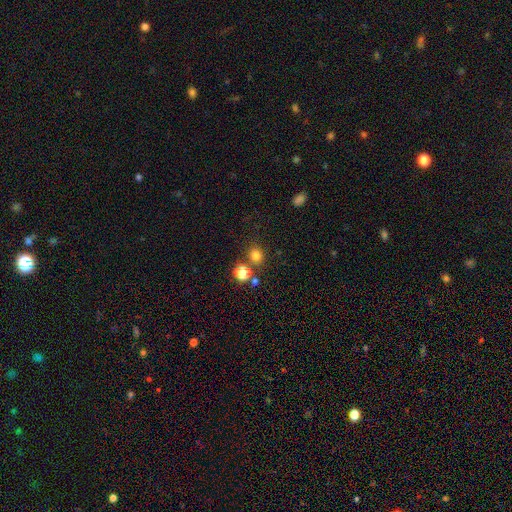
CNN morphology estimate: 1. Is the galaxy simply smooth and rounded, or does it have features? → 77% smooth, 17% star or artifact, 5% featured or disk.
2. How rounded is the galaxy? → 81% round, 18% in between, 1% cigar-shaped.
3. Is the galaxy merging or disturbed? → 77% none, 11% merger, 9% minor disturbance, 4% major disturbance.